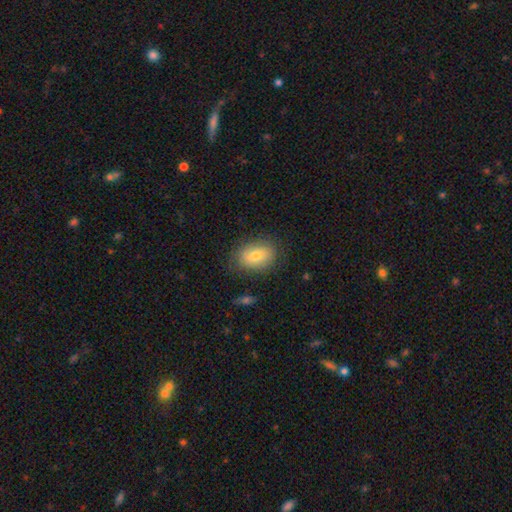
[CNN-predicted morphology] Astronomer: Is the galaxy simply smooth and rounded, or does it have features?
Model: smooth — 76%.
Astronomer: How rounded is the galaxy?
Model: in between — 82%.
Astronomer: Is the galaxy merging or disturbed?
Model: none — 80%.